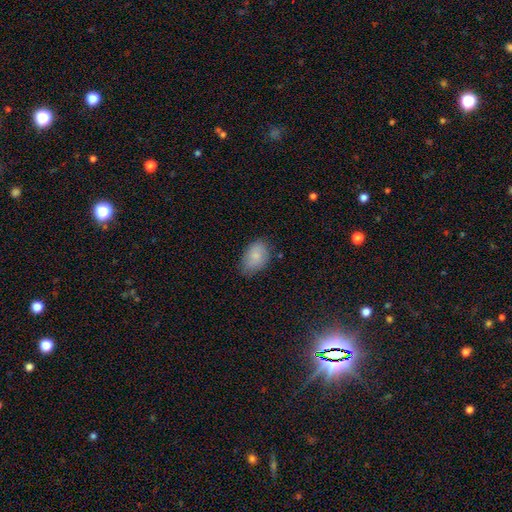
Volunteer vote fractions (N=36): Q: Smooth or featured?
A: smooth (81%); runner-up: featured or disk (19%)
Q: How rounded?
A: in between (90%); runner-up: round (10%)
Q: Merging?
A: none (56%); runner-up: minor disturbance (33%)